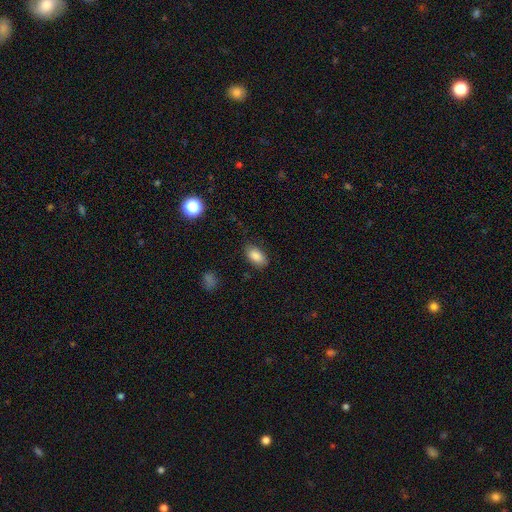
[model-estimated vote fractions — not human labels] Smooth or featured: smooth — 86% (star or artifact — 8%)
How rounded: in between — 92% (round — 5%)
Merging: none — 83% (minor disturbance — 13%)